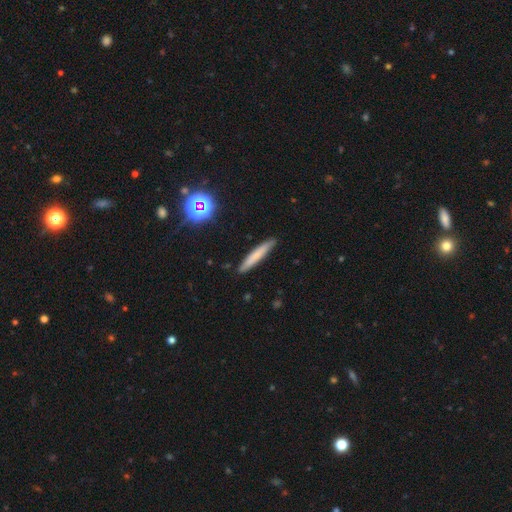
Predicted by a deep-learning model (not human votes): Smooth or featured? Predicted: smooth (p=0.69). How rounded? Predicted: cigar-shaped (p=0.94). Merging? Predicted: none (p=0.89).